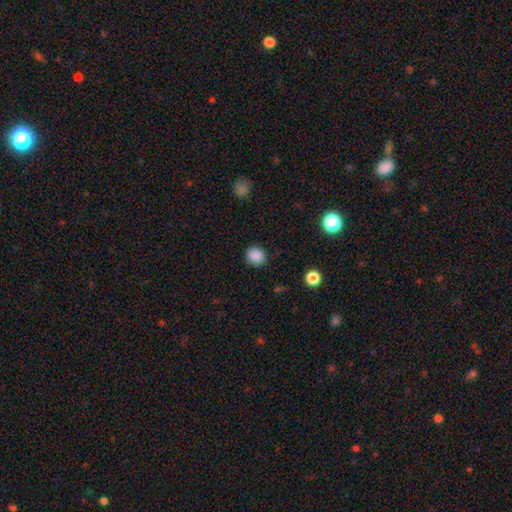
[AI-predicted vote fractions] smooth-or-featured: smooth: 87% | star or artifact: 10% | featured or disk: 3%
  how-rounded: round: 80% | in between: 19% | cigar-shaped: 1%
  merging: none: 88% | minor disturbance: 8% | major disturbance: 2% | merger: 1%